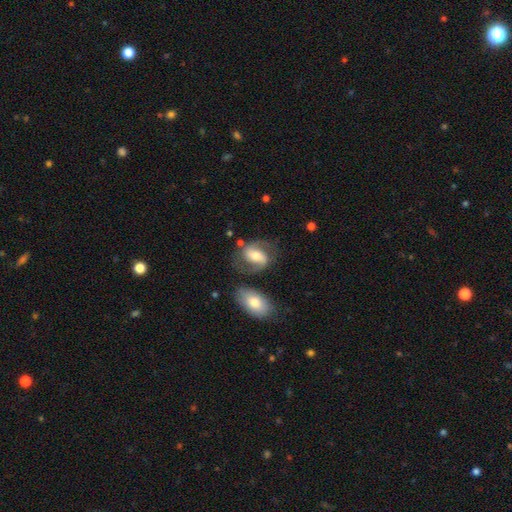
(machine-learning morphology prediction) smooth-or-featured: featured or disk: 74% | smooth: 20% | star or artifact: 6%
  disk-edge-on: no: 97% | yes: 3%
    bar: weak: 40% | strong: 33% | no: 27%
    has-spiral-arms: yes: 91% | no: 9%
      spiral-winding: medium: 54% | loose: 29% | tight: 17%
      spiral-arm-count: 2: 90% | can't tell: 4% | 1: 3% | 3: 1% | 4: 1% | more than 4: 1%
    bulge-size: moderate: 62% | small: 22% | large: 13% | none: 2% | dominant: 2%
  merging: none: 68% | minor disturbance: 16% | major disturbance: 8% | merger: 8%